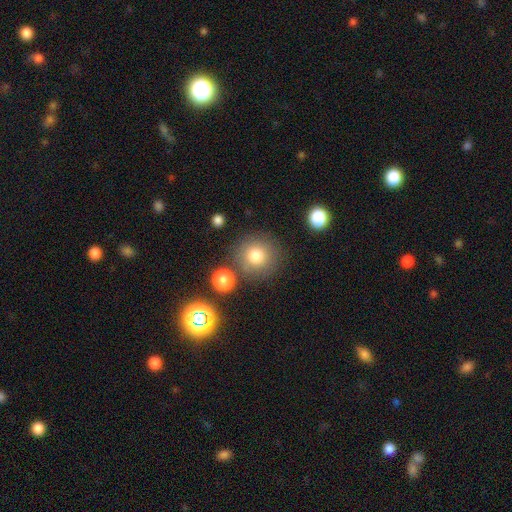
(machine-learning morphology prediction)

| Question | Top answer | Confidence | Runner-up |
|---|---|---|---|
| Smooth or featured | smooth | 79% | star or artifact (12%) |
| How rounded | round | 93% | in between (6%) |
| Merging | none | 79% | minor disturbance (10%) |